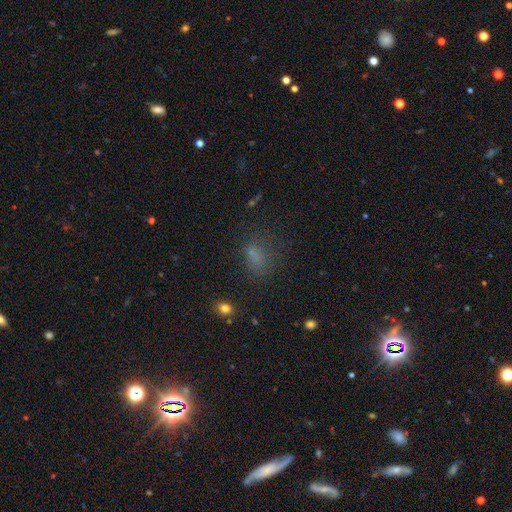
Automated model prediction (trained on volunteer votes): Overall: smooth (62%; star or artifact 26%). How rounded: in between (71%). Merging: none (56%; minor disturbance 21%).